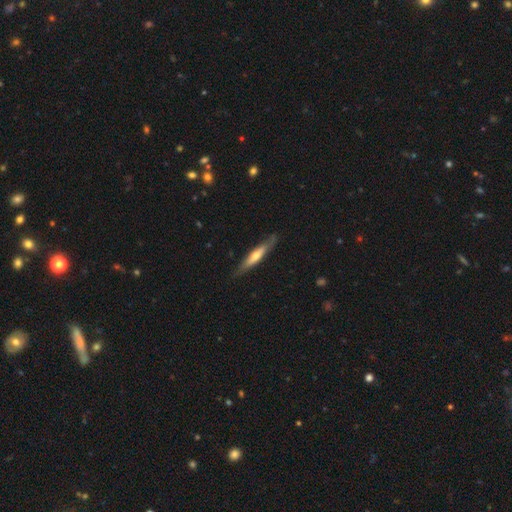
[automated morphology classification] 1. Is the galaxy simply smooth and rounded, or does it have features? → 51% featured or disk, 44% smooth, 5% star or artifact.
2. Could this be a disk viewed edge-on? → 84% yes, 16% no.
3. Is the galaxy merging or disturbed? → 81% none, 15% minor disturbance, 3% major disturbance, 1% merger.